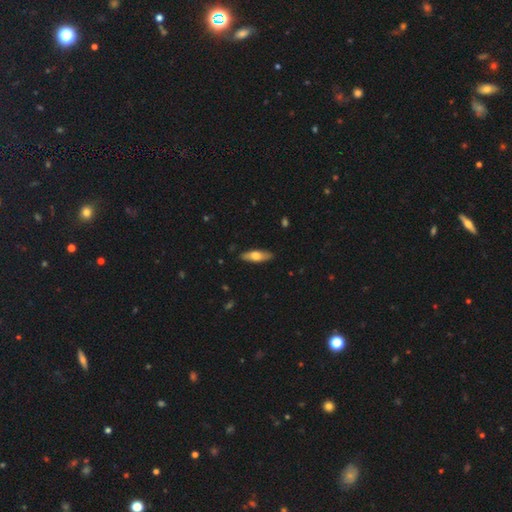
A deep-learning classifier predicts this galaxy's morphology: A smooth galaxy with no disk features (57%) that is in between round and cigar-shaped (51%).

Vote fractions:
- Smooth or featured? smooth: 57% / featured or disk: 38% / star or artifact: 5%
- How rounded? in between: 51% / cigar-shaped: 46% / round: 2%
- Merging? none: 88% / minor disturbance: 9% / major disturbance: 2% / merger: 1%